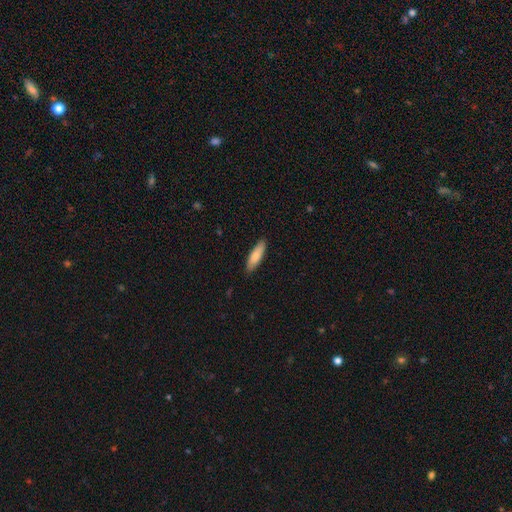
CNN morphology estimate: smooth 80%, featured or disk 15%, star or artifact 5%. Down the decision tree: how rounded — cigar-shaped (58%); merging — none (88%).